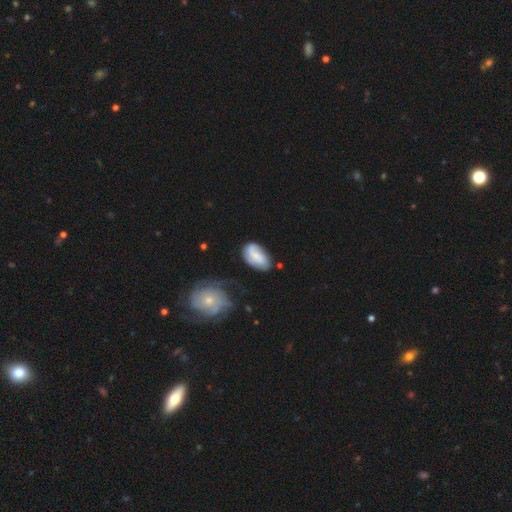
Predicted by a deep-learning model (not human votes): A smooth galaxy with no disk features (49%). Merging: none (61%).